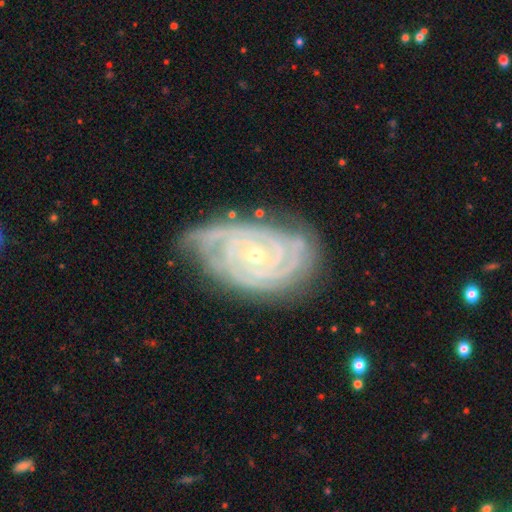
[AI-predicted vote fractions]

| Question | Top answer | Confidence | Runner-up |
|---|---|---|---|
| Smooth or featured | featured or disk | 90% | star or artifact (5%) |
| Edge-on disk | no | 97% | yes (3%) |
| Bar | no | 73% | weak (19%) |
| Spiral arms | yes | 98% | no (2%) |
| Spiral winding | tight | 83% | medium (14%) |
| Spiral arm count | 3 | 28% | 2 (21%) |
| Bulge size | small | 68% | moderate (29%) |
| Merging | none | 69% | minor disturbance (23%) |